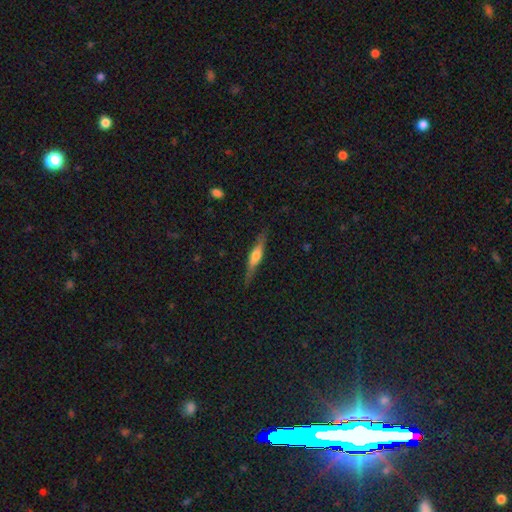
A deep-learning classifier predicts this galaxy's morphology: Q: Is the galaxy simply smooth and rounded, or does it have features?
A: featured or disk — 56%.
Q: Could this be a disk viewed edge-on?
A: yes — 93%.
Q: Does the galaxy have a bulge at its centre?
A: rounded — 82%.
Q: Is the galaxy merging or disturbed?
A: none — 82%.